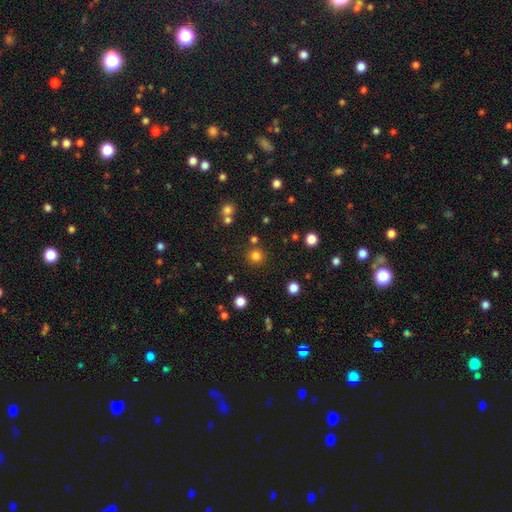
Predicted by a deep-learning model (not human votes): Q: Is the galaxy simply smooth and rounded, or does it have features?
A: smooth — 79%.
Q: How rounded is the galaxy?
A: round — 94%.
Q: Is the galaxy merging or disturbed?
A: none — 84%.